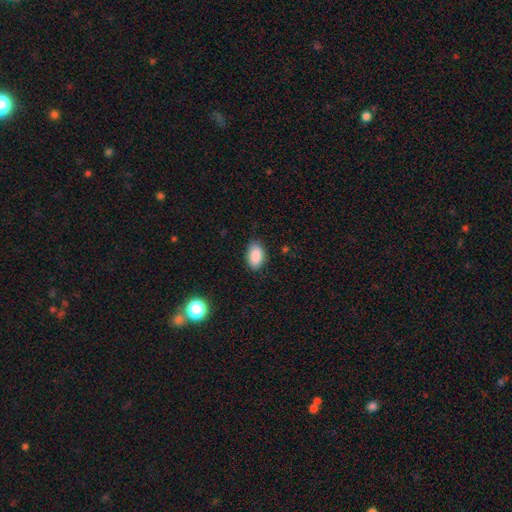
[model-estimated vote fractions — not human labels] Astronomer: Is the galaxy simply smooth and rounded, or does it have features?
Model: smooth — 89%.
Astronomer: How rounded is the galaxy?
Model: in between — 92%.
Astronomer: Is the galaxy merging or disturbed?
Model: none — 84%.